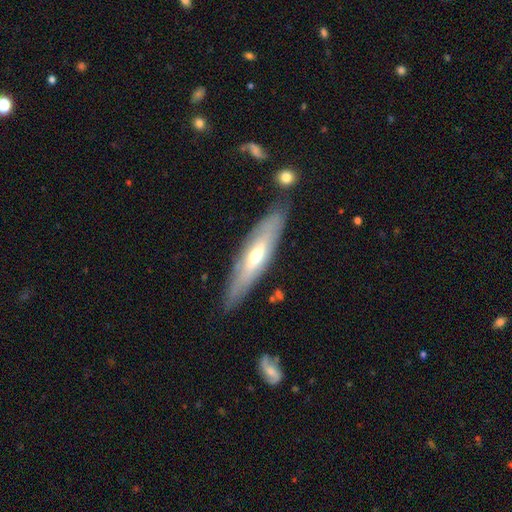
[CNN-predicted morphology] A featured or disk galaxy (62%) viewed edge-on (61%).

Vote fractions:
- Smooth or featured? featured or disk: 62% / smooth: 32% / star or artifact: 6%
- Edge-on disk? yes: 61% / no: 39%
- Merging? none: 82% / minor disturbance: 13% / major disturbance: 3% / merger: 3%